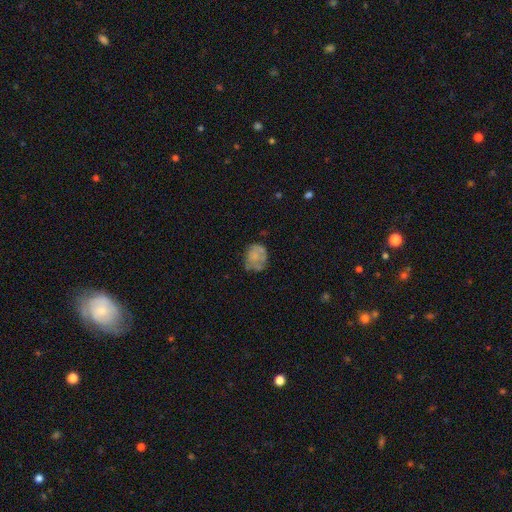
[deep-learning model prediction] The model was most divided on "merging": none: 46%, minor disturbance: 30%, major disturbance: 19%, merger: 5%. More confident: how rounded — round (60%); smooth or featured — smooth (55%).